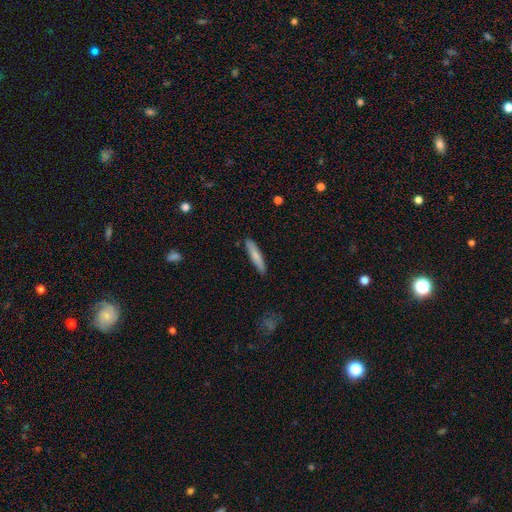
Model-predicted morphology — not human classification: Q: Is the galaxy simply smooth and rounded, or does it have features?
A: smooth — 77%.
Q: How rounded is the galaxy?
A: cigar-shaped — 88%.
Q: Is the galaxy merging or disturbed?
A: none — 87%.